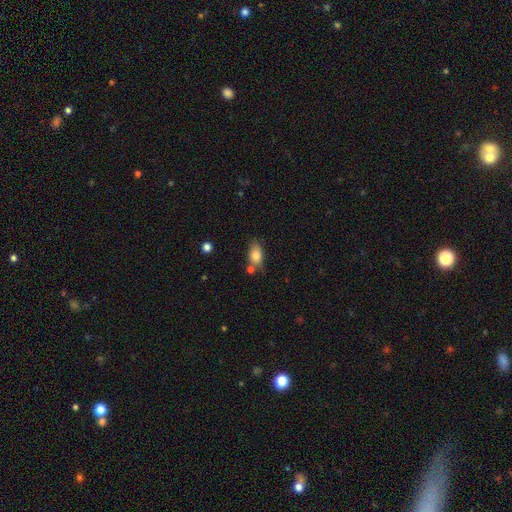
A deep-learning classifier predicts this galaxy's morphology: Smooth or featured? Predicted: smooth (p=0.80). How rounded? Predicted: in between (p=0.84). Merging? Predicted: none (p=0.59).